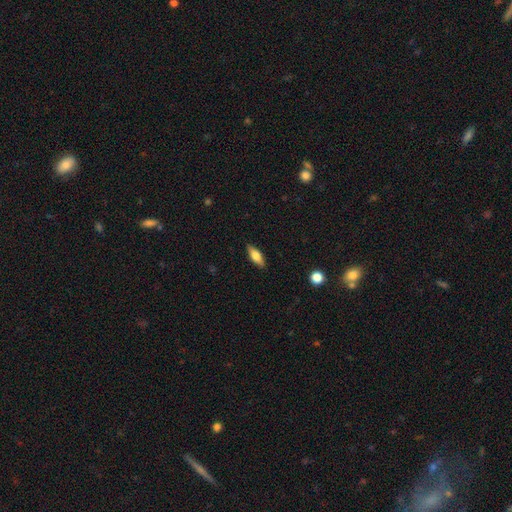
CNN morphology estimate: Smooth or featured? smooth (71%)
How rounded? in between (69%)
Merging? none (88%)